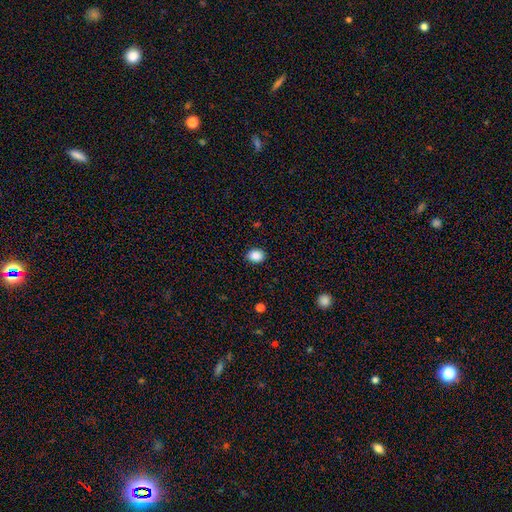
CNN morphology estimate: smooth-or-featured: smooth: 88% | star or artifact: 9% | featured or disk: 3%
  how-rounded: in between: 53% | round: 46% | cigar-shaped: 1%
  merging: none: 90% | minor disturbance: 7% | major disturbance: 2% | merger: 1%